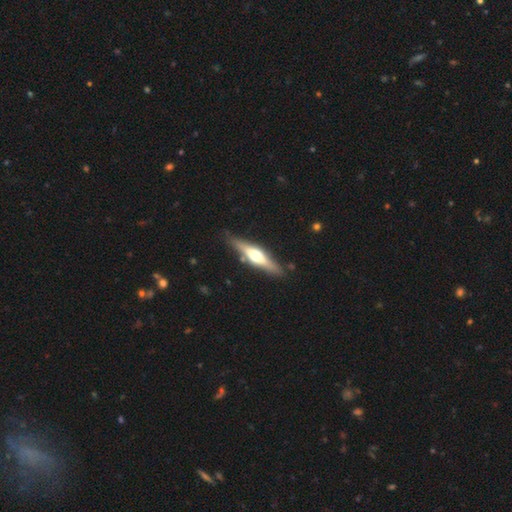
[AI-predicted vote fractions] Smooth or featured? featured or disk (65%)
Edge-on disk? yes (95%)
Edge-on bulge? rounded (91%)
Merging? none (84%)